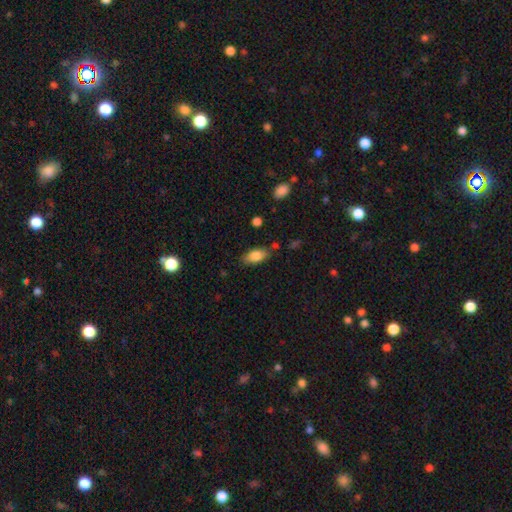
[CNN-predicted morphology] Smooth or featured?
  - smooth: 81% *
  - featured or disk: 11%
  - star or artifact: 7%
How rounded?
  - in between: 88% *
  - cigar-shaped: 8%
  - round: 3%
Merging?
  - none: 78% *
  - minor disturbance: 15%
  - merger: 4%
  - major disturbance: 3%